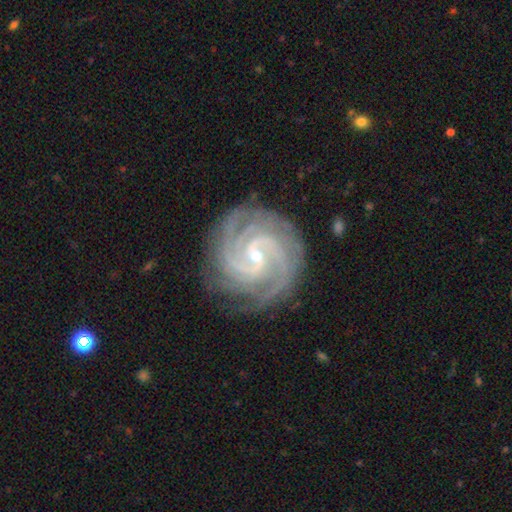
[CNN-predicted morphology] A featured or disk galaxy (92%) with a weak bar (44%), 4 (30%) tight (73%) spiral arms (99%) and a small central bulge (76%).

Vote fractions:
- Smooth or featured? featured or disk: 92% / star or artifact: 5% / smooth: 3%
- Edge-on disk? no: 98% / yes: 2%
- Bar? weak: 44% / no: 37% / strong: 18%
- Spiral arms? yes: 99% / no: 1%
- Spiral winding? tight: 73% / medium: 24% / loose: 3%
- Spiral arm count? 4: 30% / 3: 25% / 2: 14% / can't tell: 12% / more than 4: 11% / 1: 7%
- Bulge size? small: 76% / moderate: 21% / none: 1% / large: 1% / dominant: 1%
- Merging? none: 82% / minor disturbance: 13% / major disturbance: 4% / merger: 1%